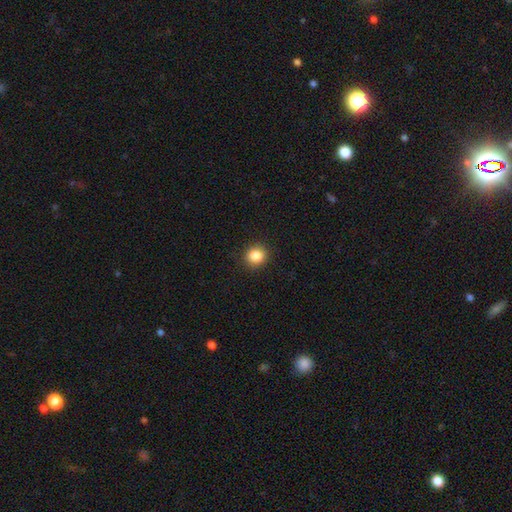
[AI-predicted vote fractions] Smooth or featured? smooth (85%)
How rounded? round (87%)
Merging? none (91%)